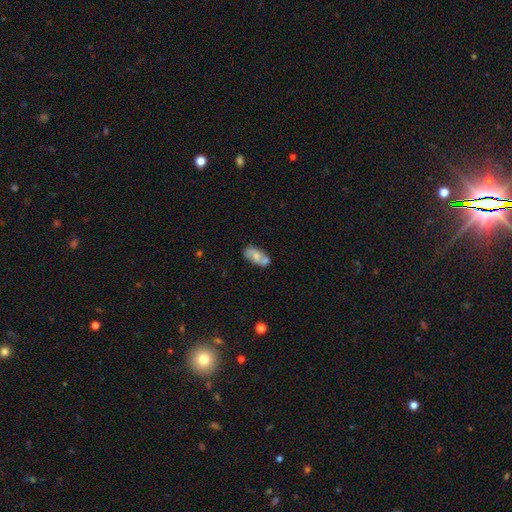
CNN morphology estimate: A smooth galaxy with no disk features (56%) that is in between round and cigar-shaped (90%).

Vote fractions:
- Smooth or featured? smooth: 56% / featured or disk: 37% / star or artifact: 7%
- How rounded? in between: 90% / cigar-shaped: 6% / round: 5%
- Merging? none: 47% / merger: 28% / minor disturbance: 19% / major disturbance: 7%